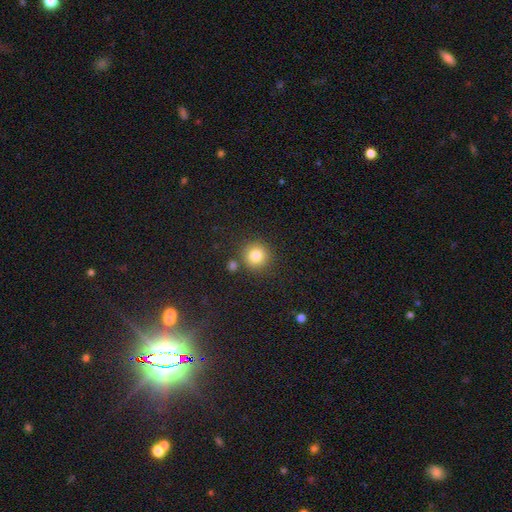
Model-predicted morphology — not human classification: Smooth or featured: smooth — 82% (star or artifact — 11%)
How rounded: round — 93% (in between — 6%)
Merging: none — 82% (minor disturbance — 8%)